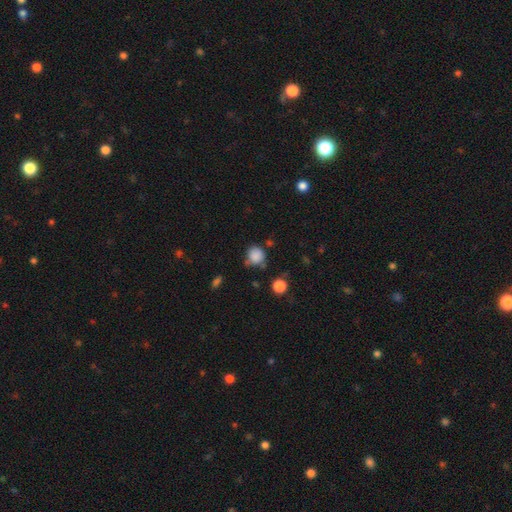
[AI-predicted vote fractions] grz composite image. It shows a smooth galaxy with no disk features (85%) that is round (85%). Merging: none (66%).